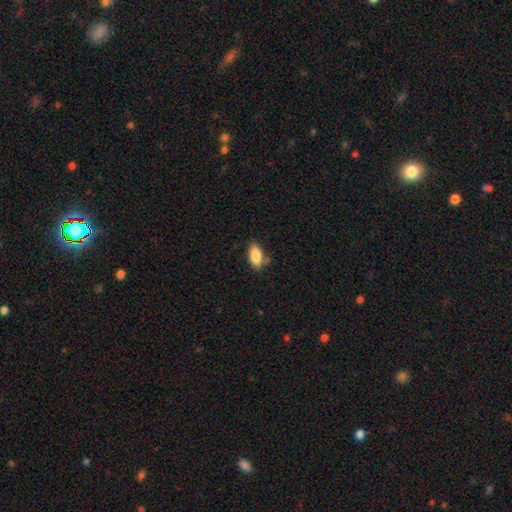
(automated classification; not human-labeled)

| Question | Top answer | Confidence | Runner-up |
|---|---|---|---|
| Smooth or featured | smooth | 84% | featured or disk (9%) |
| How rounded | in between | 89% | cigar-shaped (7%) |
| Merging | none | 73% | minor disturbance (18%) |